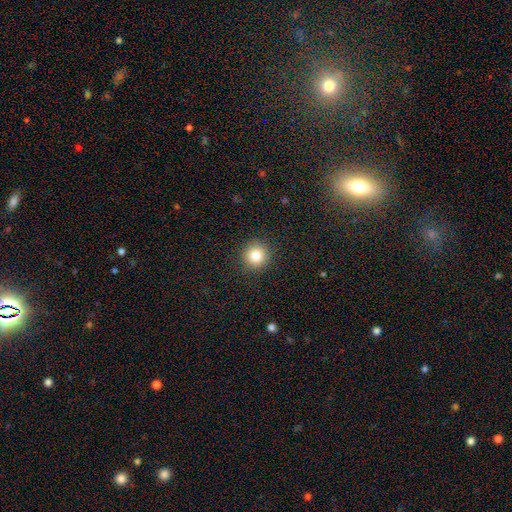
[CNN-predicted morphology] A smooth galaxy with no disk features (84%) that is round (93%).

Vote fractions:
- Smooth or featured? smooth: 84% / star or artifact: 10% / featured or disk: 6%
- How rounded? round: 93% / in between: 6% / cigar-shaped: 1%
- Merging? none: 91% / minor disturbance: 6% / major disturbance: 2% / merger: 1%